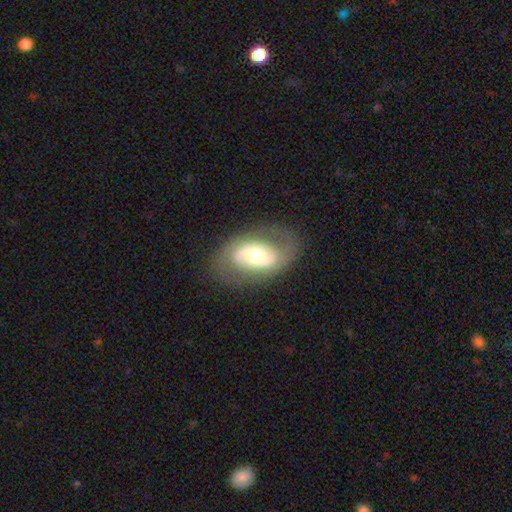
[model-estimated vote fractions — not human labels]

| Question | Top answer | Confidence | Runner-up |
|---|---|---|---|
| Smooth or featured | featured or disk | 65% | smooth (28%) |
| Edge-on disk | no | 94% | yes (6%) |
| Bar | no | 48% | weak (32%) |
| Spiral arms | yes | 64% | no (36%) |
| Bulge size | moderate | 66% | large (17%) |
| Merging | none | 77% | minor disturbance (14%) |